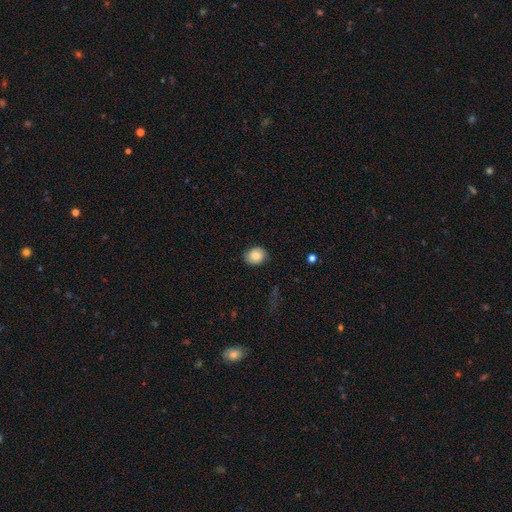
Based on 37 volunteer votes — A smooth galaxy with no disk features (81%) that is round (63%).

Vote fractions:
- Smooth or featured? smooth: 81% / featured or disk: 14% / star or artifact: 5%
- How rounded? round: 63% / in between: 37% / cigar-shaped: 0%
- Merging? none: 91% / major disturbance: 6% / merger: 3% / minor disturbance: 0%